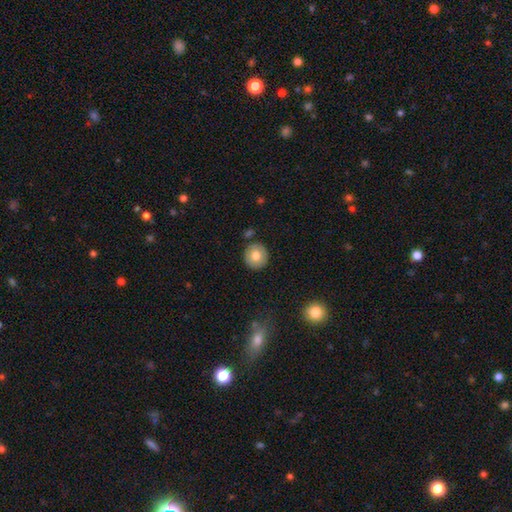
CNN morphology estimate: Smooth or featured: smooth — 75% (featured or disk — 17%)
How rounded: round — 91% (in between — 8%)
Merging: none — 87% (minor disturbance — 8%)